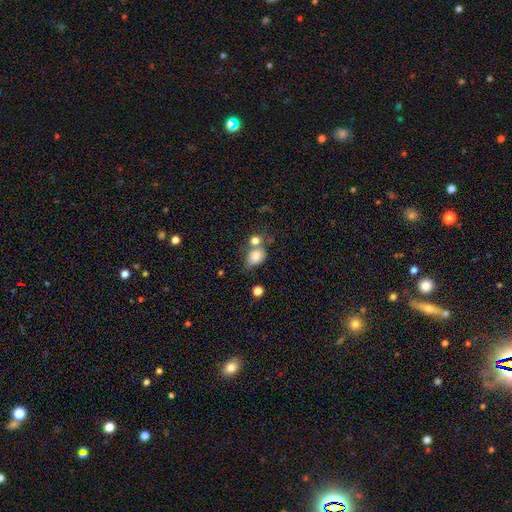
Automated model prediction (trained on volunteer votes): Morphology: type=smooth (79%); roundness=in between (63%); merging=none (37%).